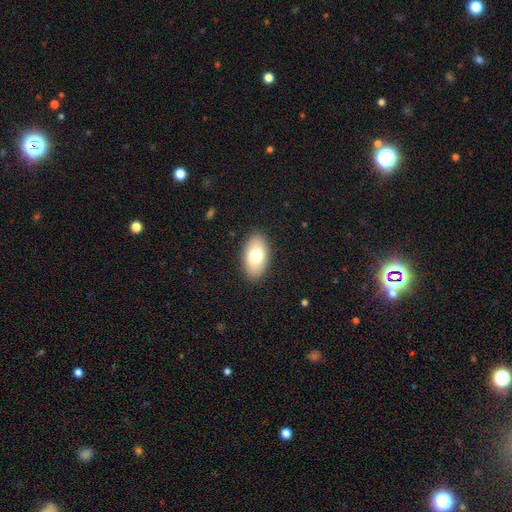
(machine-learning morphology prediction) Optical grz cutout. It shows a smooth galaxy with no disk features (75%) that is in between round and cigar-shaped (93%). Merging: none (88%).